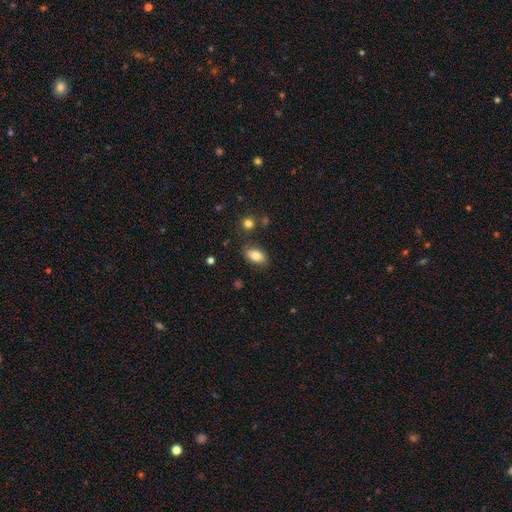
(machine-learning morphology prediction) Q: Smooth or featured?
A: smooth (82%); runner-up: featured or disk (10%)
Q: How rounded?
A: in between (90%); runner-up: round (7%)
Q: Merging?
A: none (83%); runner-up: minor disturbance (12%)